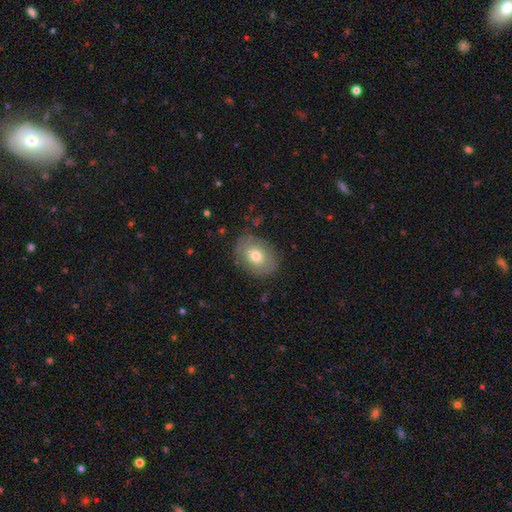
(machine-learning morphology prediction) Overall: smooth (68%). How rounded: in between (73%). Merging: none (81%).